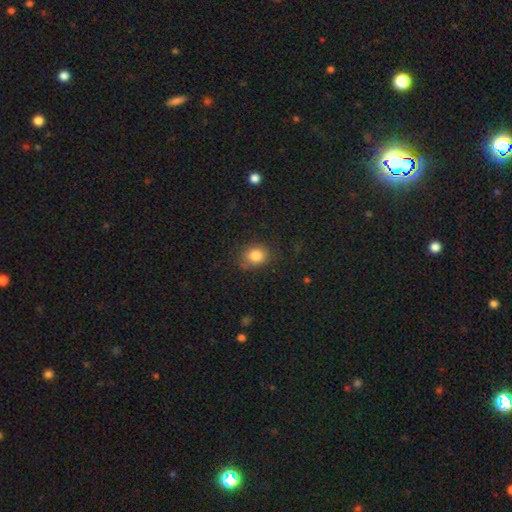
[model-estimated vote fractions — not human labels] The model was most divided on "how rounded": round: 59%, in between: 40%, cigar-shaped: 1%. More confident: smooth or featured — smooth (83%); merging — none (78%).